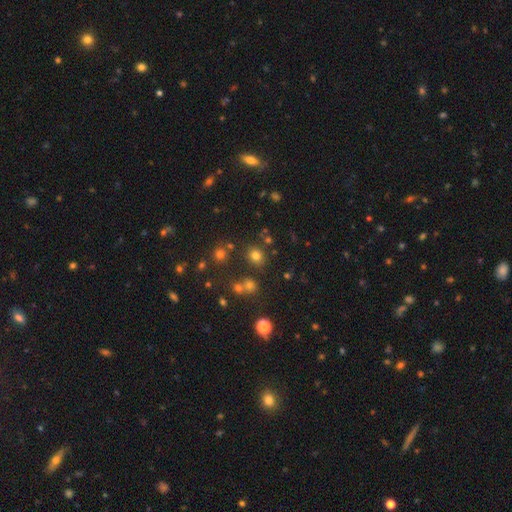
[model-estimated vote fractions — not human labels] Smooth or featured? smooth (74%)
How rounded? round (66%)
Merging? none (80%)